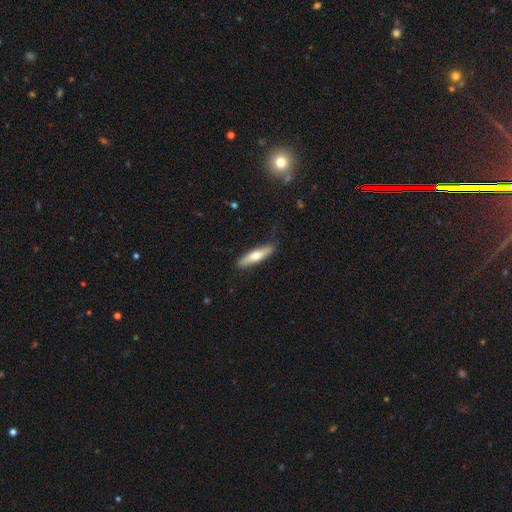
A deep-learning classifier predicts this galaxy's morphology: This is likely a smooth galaxy (61%). How rounded: likely cigar-shaped (74%). Merging: clearly none (86%).